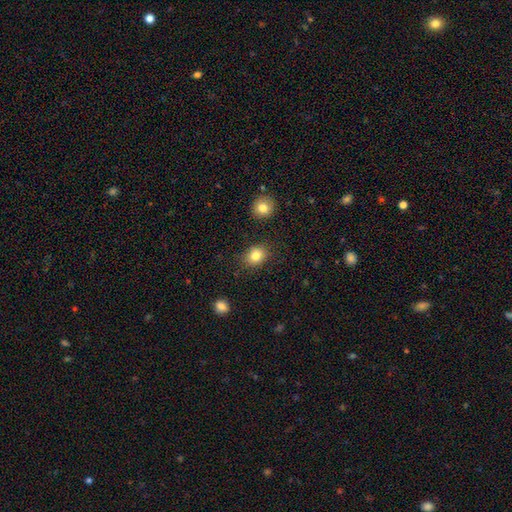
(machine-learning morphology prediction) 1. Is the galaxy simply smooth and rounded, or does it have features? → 82% smooth, 10% star or artifact, 7% featured or disk.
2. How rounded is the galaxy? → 52% round, 47% in between, 1% cigar-shaped.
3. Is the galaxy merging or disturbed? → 82% none, 12% minor disturbance, 3% major disturbance, 3% merger.